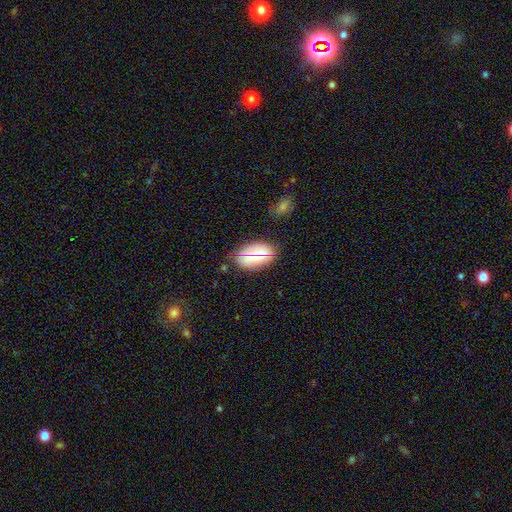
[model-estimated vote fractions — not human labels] Smooth or featured? Predicted: smooth (p=0.68). How rounded? Predicted: in between (p=0.90). Merging? Predicted: none (p=0.80).